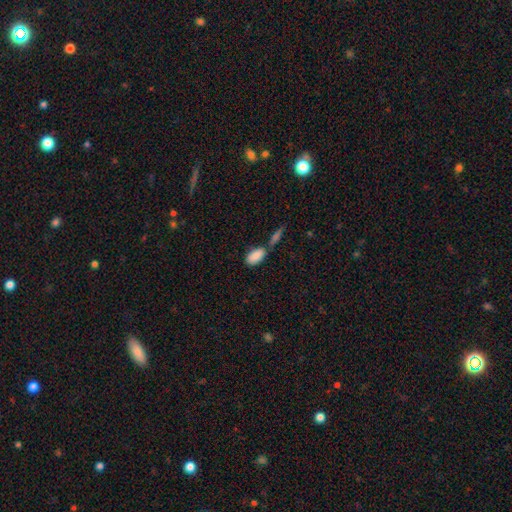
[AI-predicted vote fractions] This appears to be a smooth galaxy with no disk features (87%) that is in between round and cigar-shaped (93%). Merging: none (45%).